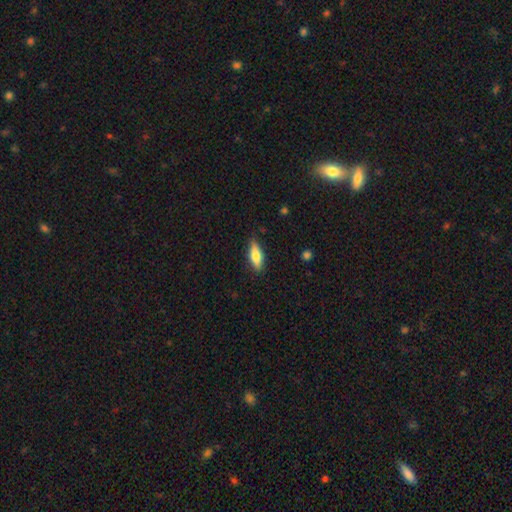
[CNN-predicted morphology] Smooth or featured? smooth (71%)
How rounded? in between (61%)
Merging? none (83%)